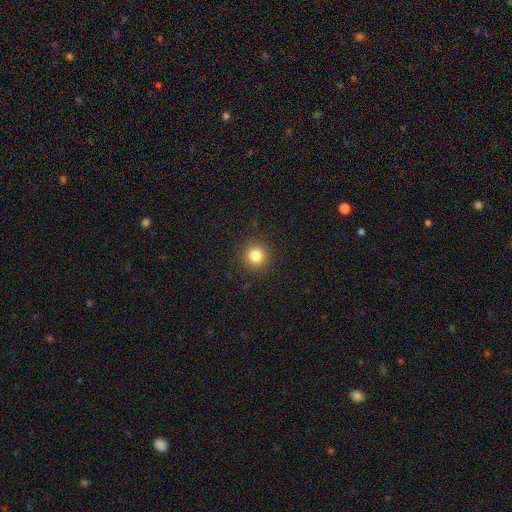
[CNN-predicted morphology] Smooth or featured? smooth (82%)
How rounded? round (94%)
Merging? none (91%)